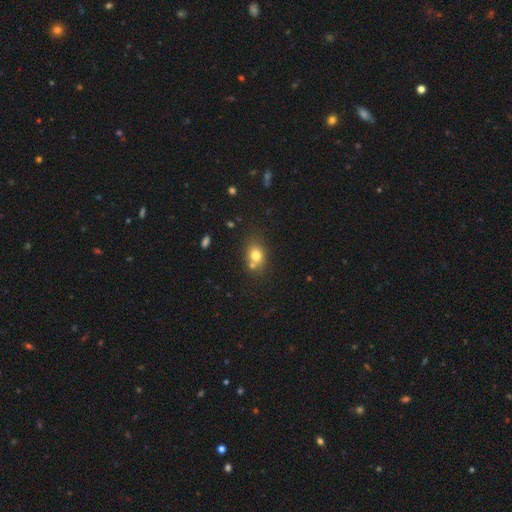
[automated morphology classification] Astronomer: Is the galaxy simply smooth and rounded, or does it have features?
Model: smooth — 75%.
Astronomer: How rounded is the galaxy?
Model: in between — 58% (runner-up: round, 41%).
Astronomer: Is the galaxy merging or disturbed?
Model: none — 57%.